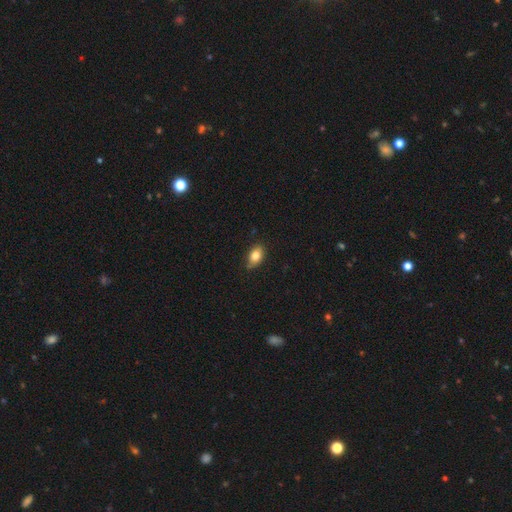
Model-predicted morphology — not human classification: smooth_or_featured: smooth (p=0.81) [alt: featured or disk p=0.10]
how_rounded: in between (p=0.83) [alt: round p=0.15]
merging: none (p=0.77) [alt: minor disturbance p=0.19]